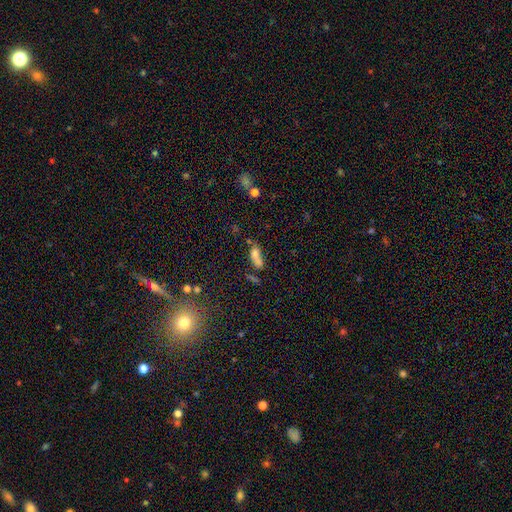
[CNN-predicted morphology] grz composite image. It shows a smooth galaxy with no disk features (67%) that is in between round and cigar-shaped (72%). Merging: merger (39%).